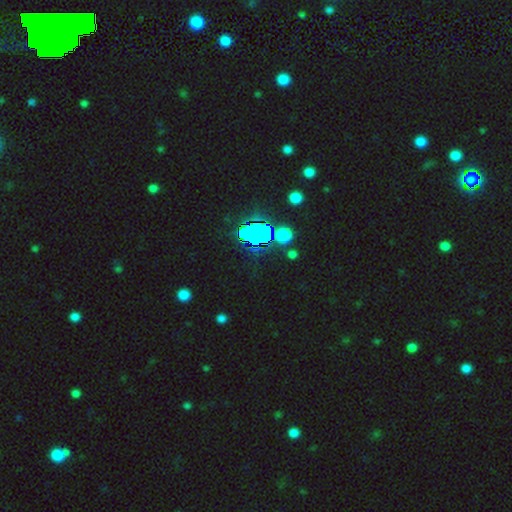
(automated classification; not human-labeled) The model was most divided on "smooth or featured": star or artifact: 77%, smooth: 13%, featured or disk: 10%.